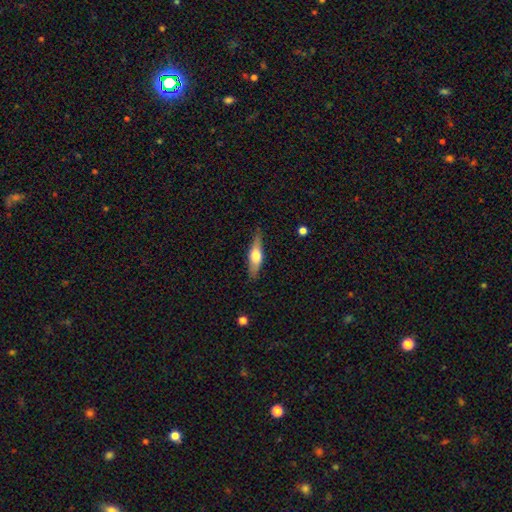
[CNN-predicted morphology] This appears to be a featured or disk galaxy (50%) viewed edge-on (91%). Merging: none (84%).